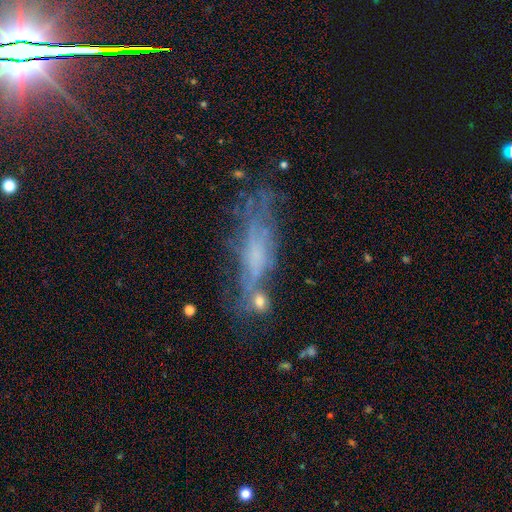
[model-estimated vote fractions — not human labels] Morphology: type=featured or disk (51%); edge-on=no (60%); merging=none (48%).